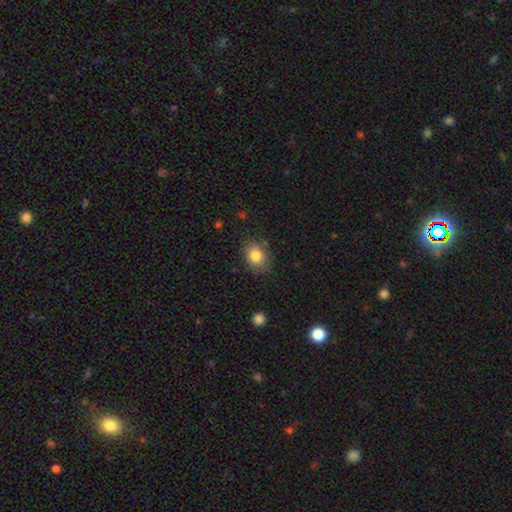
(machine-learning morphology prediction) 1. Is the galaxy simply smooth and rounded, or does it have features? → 83% smooth, 9% star or artifact, 8% featured or disk.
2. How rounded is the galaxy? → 60% in between, 39% round, 1% cigar-shaped.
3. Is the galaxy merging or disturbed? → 80% none, 14% minor disturbance, 4% major disturbance, 2% merger.